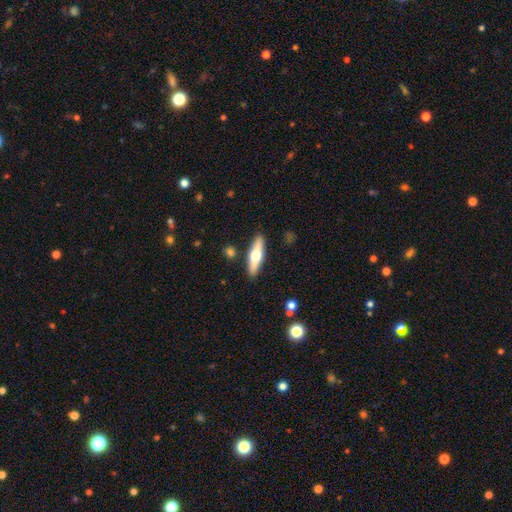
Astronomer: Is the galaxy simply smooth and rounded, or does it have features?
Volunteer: featured or disk — 54% (runner-up: smooth, 46%).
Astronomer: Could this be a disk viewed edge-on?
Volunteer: yes — 85%.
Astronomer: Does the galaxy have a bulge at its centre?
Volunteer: rounded — 100%.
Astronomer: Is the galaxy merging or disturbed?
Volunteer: none — 95%.